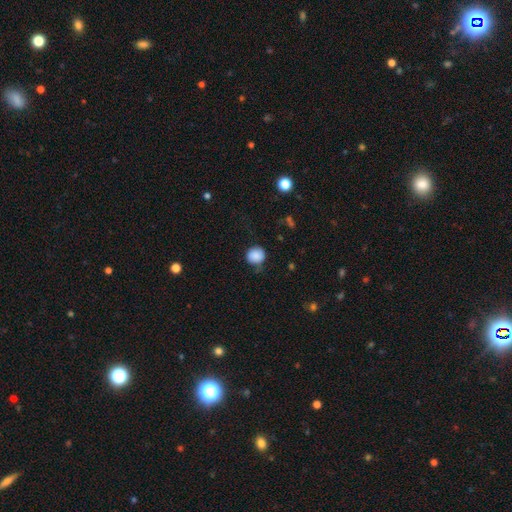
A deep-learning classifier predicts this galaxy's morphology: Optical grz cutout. It shows a smooth galaxy with no disk features (87%) that is round (88%). Merging: none (74%).